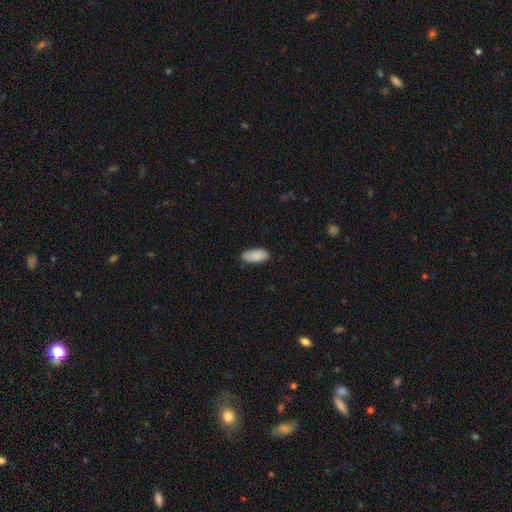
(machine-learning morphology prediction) Smooth or featured? smooth (88%)
How rounded? in between (86%)
Merging? none (85%)